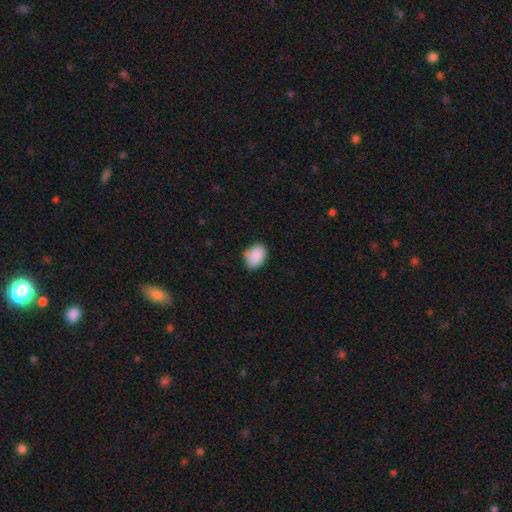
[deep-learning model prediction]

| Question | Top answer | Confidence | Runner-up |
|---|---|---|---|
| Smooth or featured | smooth | 89% | star or artifact (7%) |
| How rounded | in between | 74% | round (25%) |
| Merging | none | 76% | minor disturbance (20%) |